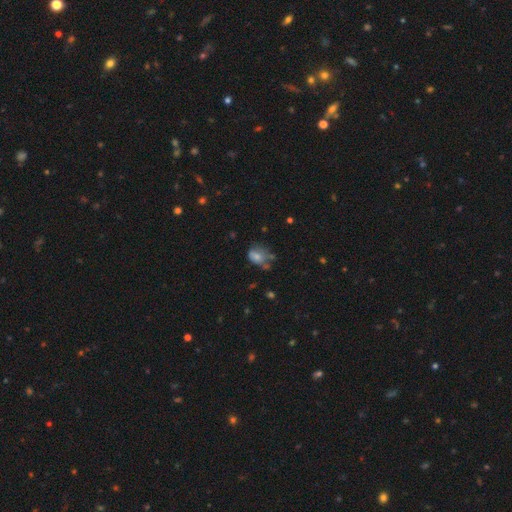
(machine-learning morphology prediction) This is likely a smooth galaxy (64%). How rounded: likely in between (66%). Merging: marginally none (33%).